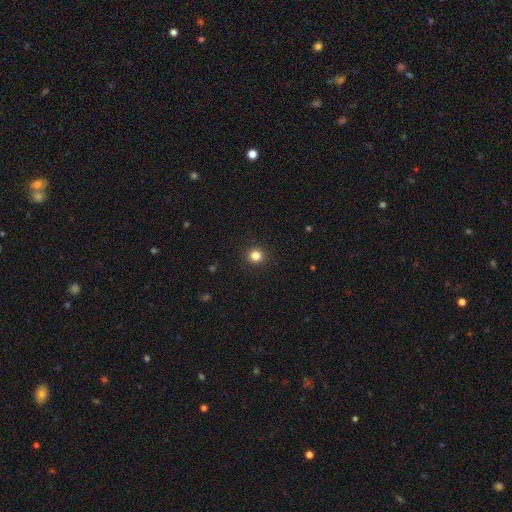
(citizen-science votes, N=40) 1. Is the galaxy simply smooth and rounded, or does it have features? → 82% smooth, 12% star or artifact, 5% featured or disk.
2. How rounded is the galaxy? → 100% round, 0% in between, 0% cigar-shaped.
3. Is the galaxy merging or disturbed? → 100% none, 0% minor disturbance, 0% major disturbance, 0% merger.